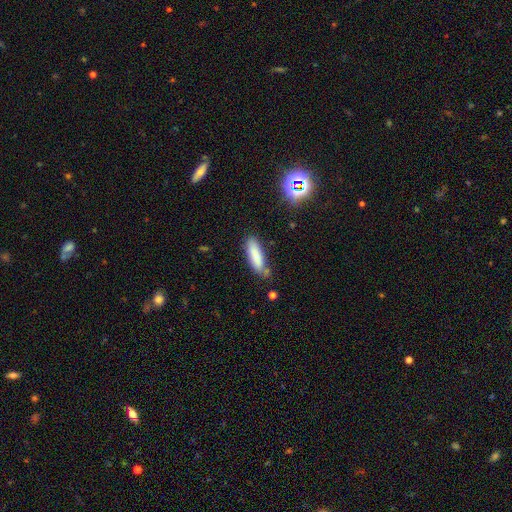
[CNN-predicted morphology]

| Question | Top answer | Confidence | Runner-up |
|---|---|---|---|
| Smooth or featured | smooth | 81% | featured or disk (11%) |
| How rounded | cigar-shaped | 59% | in between (39%) |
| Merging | none | 70% | minor disturbance (20%) |